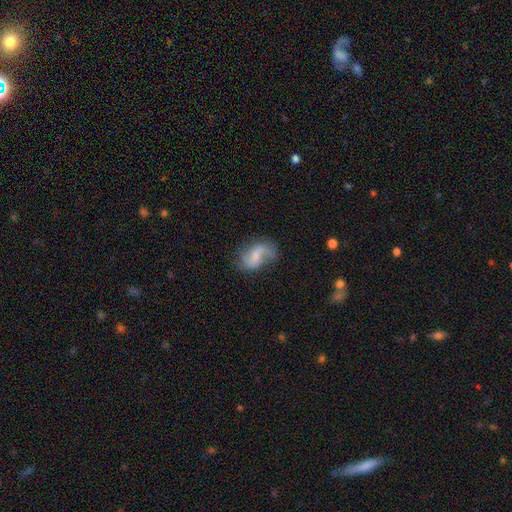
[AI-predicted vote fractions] Smooth or featured: featured or disk — 61% (smooth — 31%)
Edge-on disk: no — 97% (yes — 3%)
Bar: weak — 46% (no — 39%)
Spiral arms: yes — 87% (no — 13%)
Spiral winding: loose — 67% (medium — 26%)
Spiral arm count: 2 — 68% (1 — 23%)
Bulge size: none — 37% (small — 35%)
Merging: none — 49% (minor disturbance — 26%)